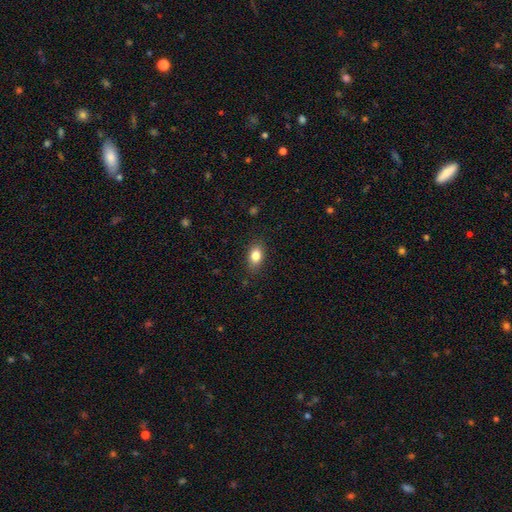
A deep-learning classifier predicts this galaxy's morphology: Q: Smooth or featured?
A: smooth (83%); runner-up: star or artifact (9%)
Q: How rounded?
A: in between (83%); runner-up: round (14%)
Q: Merging?
A: none (84%); runner-up: minor disturbance (12%)